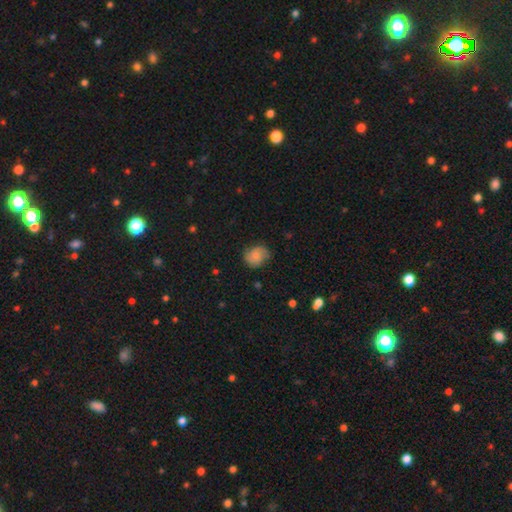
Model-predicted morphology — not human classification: smooth_or_featured: smooth (p=0.65) [alt: featured or disk p=0.26]
how_rounded: round (p=0.67) [alt: in between p=0.32]
merging: none (p=0.71) [alt: minor disturbance p=0.22]